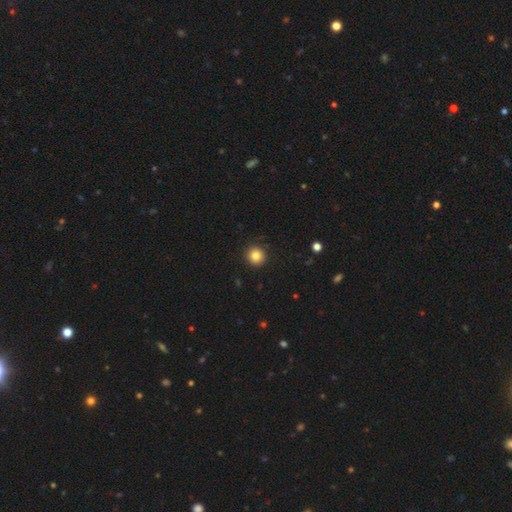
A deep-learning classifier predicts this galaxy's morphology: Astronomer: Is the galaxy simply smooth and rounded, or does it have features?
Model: smooth — 84%.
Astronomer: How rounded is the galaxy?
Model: round — 94%.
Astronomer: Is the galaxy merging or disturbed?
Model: none — 92%.